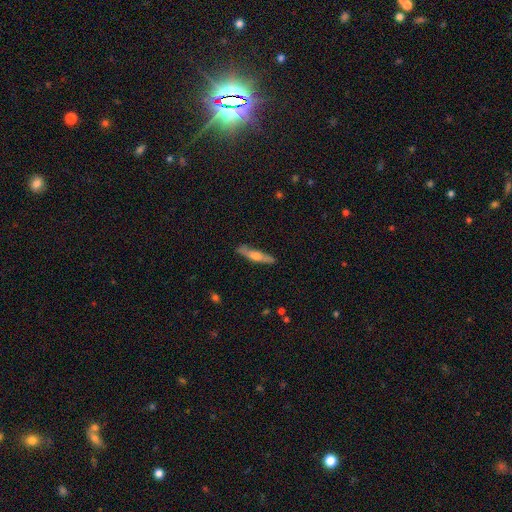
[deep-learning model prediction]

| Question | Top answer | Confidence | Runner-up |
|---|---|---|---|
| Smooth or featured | featured or disk | 51% | smooth (43%) |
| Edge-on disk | yes | 92% | no (8%) |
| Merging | none | 87% | minor disturbance (10%) |